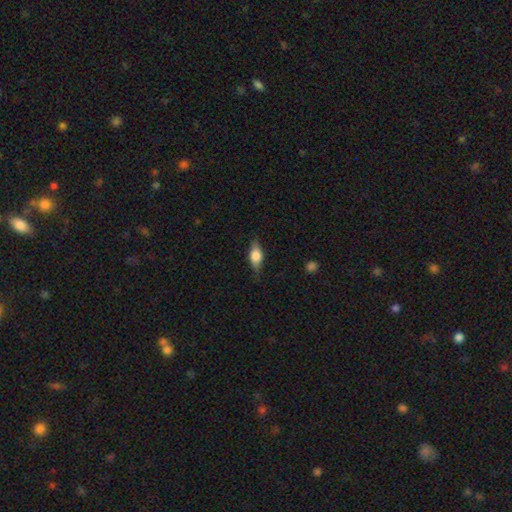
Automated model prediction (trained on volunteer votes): This appears to be a smooth galaxy with no disk features (62%) that is in between round and cigar-shaped (76%). Merging: none (79%).